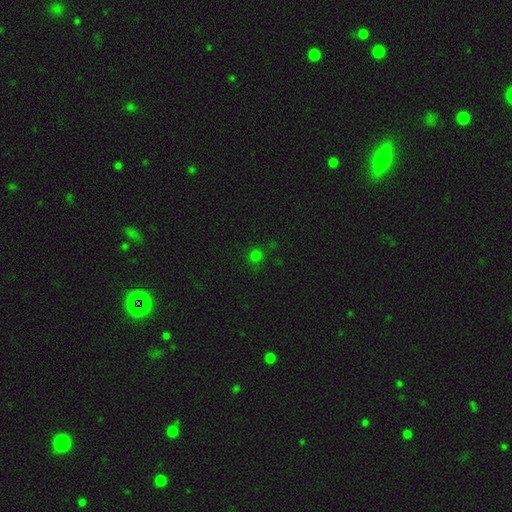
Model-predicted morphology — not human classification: Smooth or featured? Predicted: smooth (p=0.70). How rounded? Predicted: round (p=0.90). Merging? Predicted: none (p=0.82).